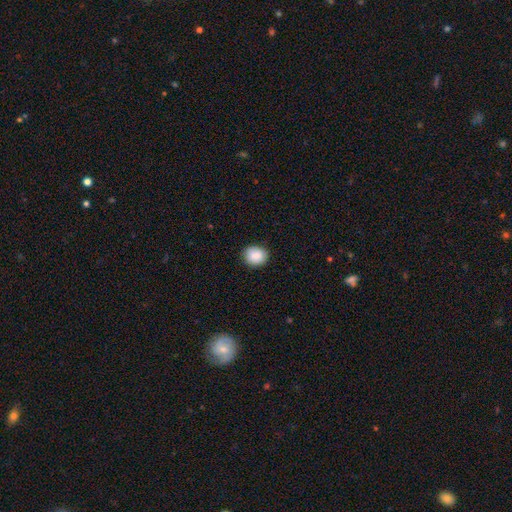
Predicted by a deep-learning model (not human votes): Q: Smooth or featured?
A: smooth (87%); runner-up: star or artifact (8%)
Q: How rounded?
A: round (73%); runner-up: in between (27%)
Q: Merging?
A: none (85%); runner-up: minor disturbance (12%)